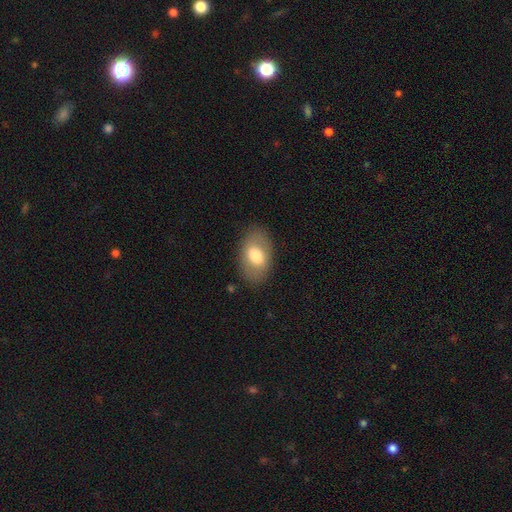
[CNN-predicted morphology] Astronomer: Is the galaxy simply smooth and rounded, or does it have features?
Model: smooth — 69%.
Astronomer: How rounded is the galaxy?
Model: in between — 90%.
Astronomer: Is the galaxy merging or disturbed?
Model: none — 84%.